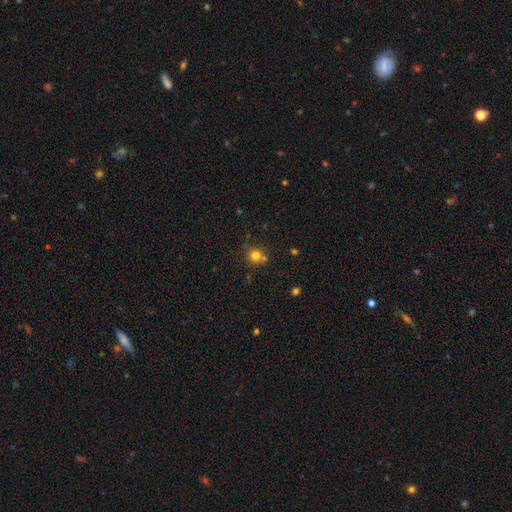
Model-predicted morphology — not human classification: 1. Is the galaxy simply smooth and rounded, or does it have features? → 76% smooth, 16% star or artifact, 8% featured or disk.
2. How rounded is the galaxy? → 91% round, 8% in between, 1% cigar-shaped.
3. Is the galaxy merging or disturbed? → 70% none, 17% merger, 10% minor disturbance, 3% major disturbance.